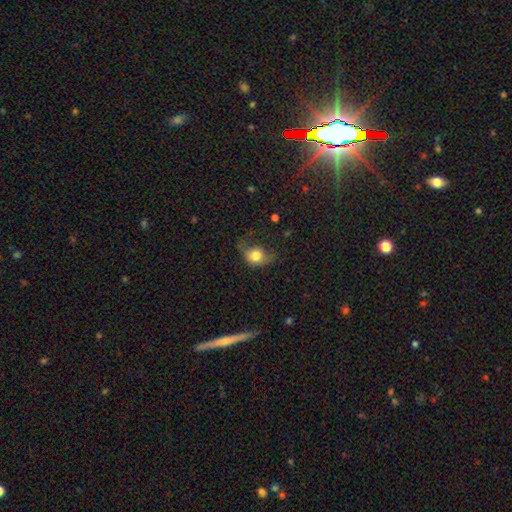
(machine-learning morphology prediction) The model was most divided on "merging": major disturbance: 35%, minor disturbance: 32%, none: 30%, merger: 3%. More confident: smooth or featured — smooth (76%); how rounded — in between (54%).